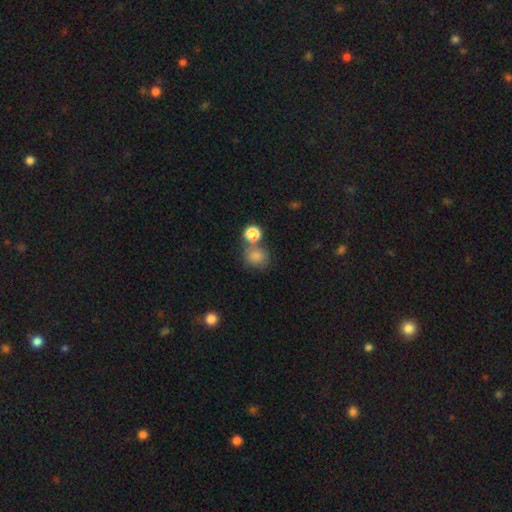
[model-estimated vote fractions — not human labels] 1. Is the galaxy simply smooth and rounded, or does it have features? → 79% smooth, 15% star or artifact, 7% featured or disk.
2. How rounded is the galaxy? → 76% round, 23% in between, 1% cigar-shaped.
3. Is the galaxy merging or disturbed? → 61% none, 21% merger, 13% minor disturbance, 5% major disturbance.